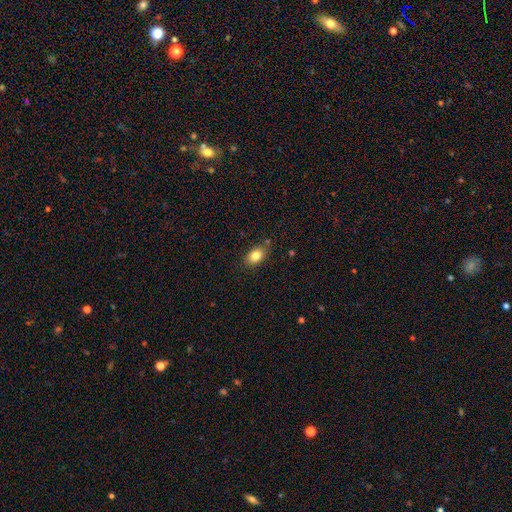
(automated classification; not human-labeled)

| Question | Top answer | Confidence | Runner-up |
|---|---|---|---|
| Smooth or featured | smooth | 83% | star or artifact (9%) |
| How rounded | in between | 85% | round (14%) |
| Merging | none | 81% | minor disturbance (13%) |